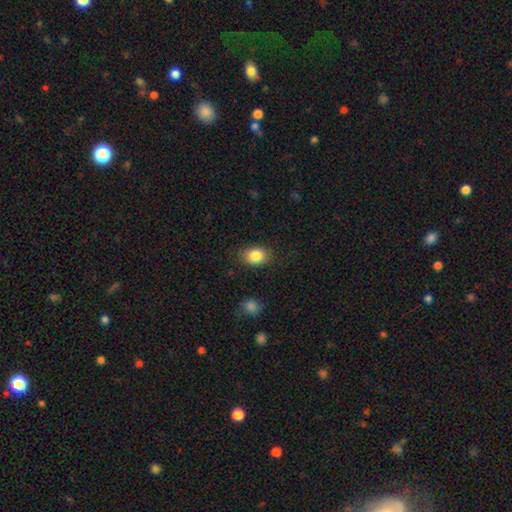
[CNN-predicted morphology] Smooth or featured? Predicted: smooth (p=0.86). How rounded? Predicted: in between (p=0.68). Merging? Predicted: none (p=0.84).